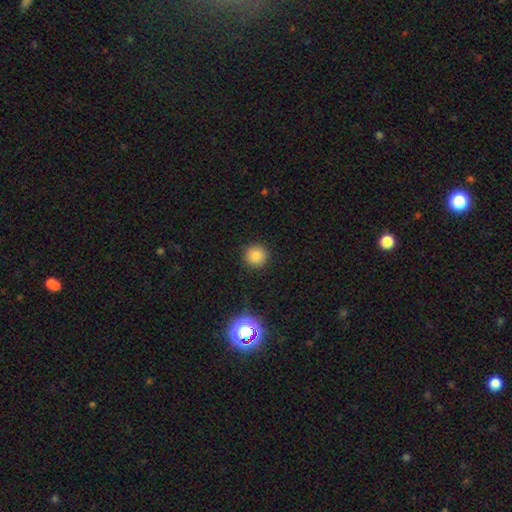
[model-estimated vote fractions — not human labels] A smooth galaxy with no disk features (82%) that is round (95%).

Vote fractions:
- Smooth or featured? smooth: 82% / star or artifact: 13% / featured or disk: 5%
- How rounded? round: 95% / in between: 4% / cigar-shaped: 1%
- Merging? none: 91% / minor disturbance: 6% / major disturbance: 2% / merger: 1%